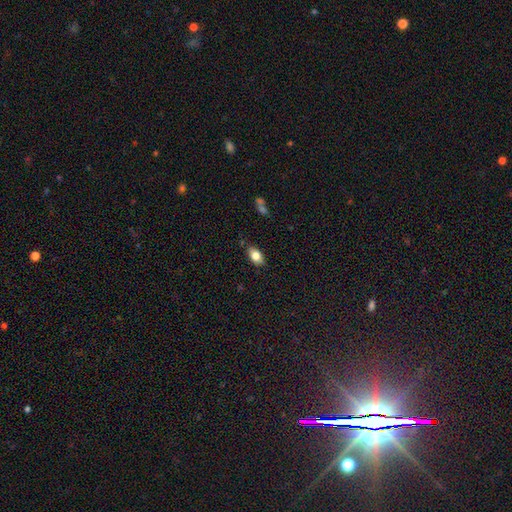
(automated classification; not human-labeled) A smooth galaxy with no disk features (79%) that is in between round and cigar-shaped (89%).

Vote fractions:
- Smooth or featured? smooth: 79% / featured or disk: 13% / star or artifact: 8%
- How rounded? in between: 89% / round: 7% / cigar-shaped: 4%
- Merging? none: 82% / minor disturbance: 13% / major disturbance: 2% / merger: 2%